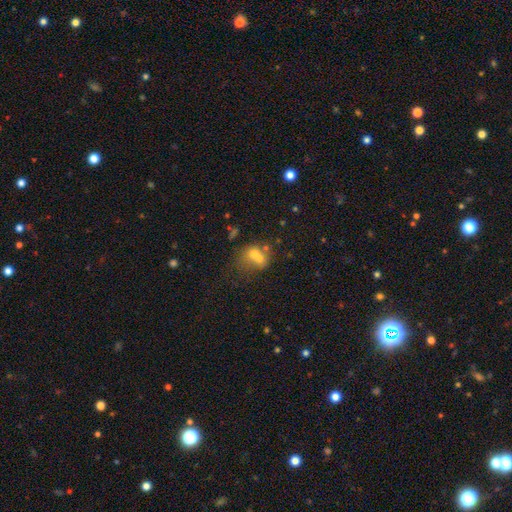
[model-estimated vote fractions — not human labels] smooth 59%, featured or disk 26%, star or artifact 15%. Down the decision tree: how rounded — round (52%); merging — merger (58%).